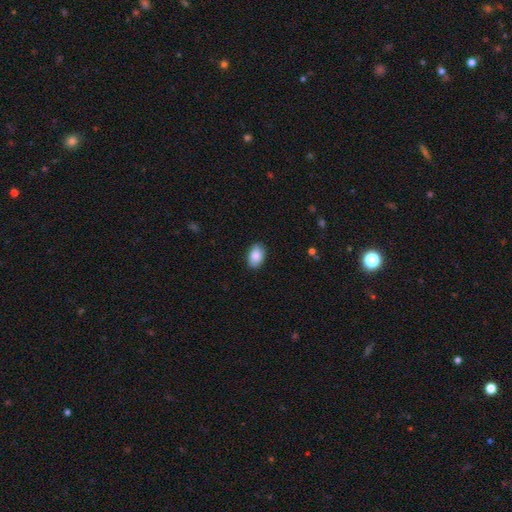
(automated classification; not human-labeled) A smooth galaxy with no disk features (87%) that is in between round and cigar-shaped (90%).

Vote fractions:
- Smooth or featured? smooth: 87% / star or artifact: 7% / featured or disk: 6%
- How rounded? in between: 90% / round: 9% / cigar-shaped: 1%
- Merging? none: 85% / minor disturbance: 12% / major disturbance: 2% / merger: 1%